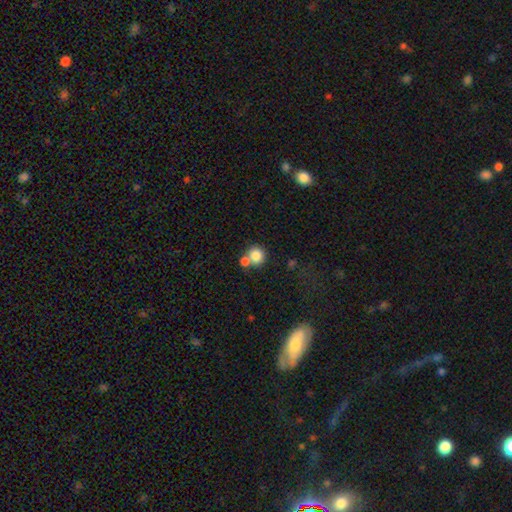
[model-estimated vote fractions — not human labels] This is clearly a smooth galaxy (82%). How rounded: clearly round (85%). Merging: possibly none (48%).